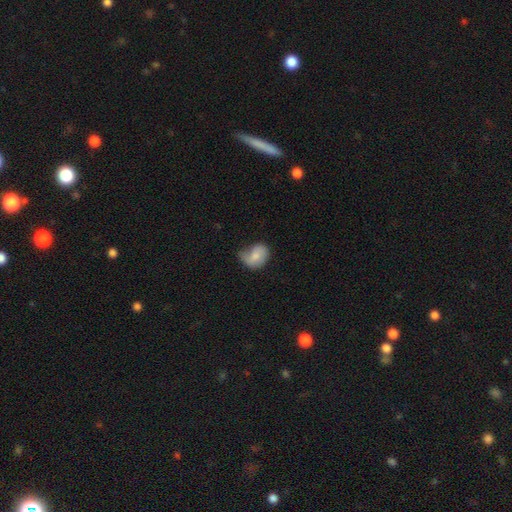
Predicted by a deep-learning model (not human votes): Smooth or featured: smooth — 66% (featured or disk — 26%)
How rounded: in between — 55% (round — 44%)
Merging: minor disturbance — 40% (none — 33%)